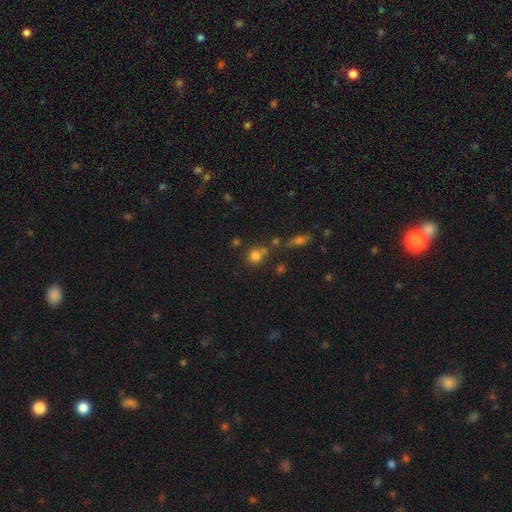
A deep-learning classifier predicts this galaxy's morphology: Smooth or featured?
  - smooth: 77% *
  - star or artifact: 15%
  - featured or disk: 8%
How rounded?
  - round: 87% *
  - in between: 12%
  - cigar-shaped: 1%
Merging?
  - none: 62% *
  - merger: 22%
  - minor disturbance: 11%
  - major disturbance: 5%